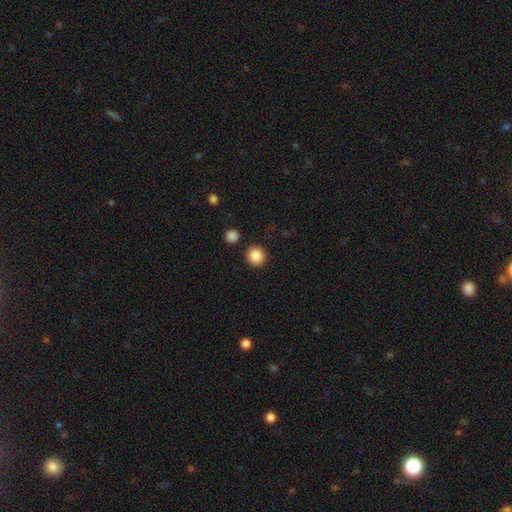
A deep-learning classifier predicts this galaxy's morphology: smooth_or_featured: smooth (p=0.87) [alt: star or artifact p=0.09]
how_rounded: round (p=0.84) [alt: in between p=0.15]
merging: none (p=0.88) [alt: minor disturbance p=0.06]